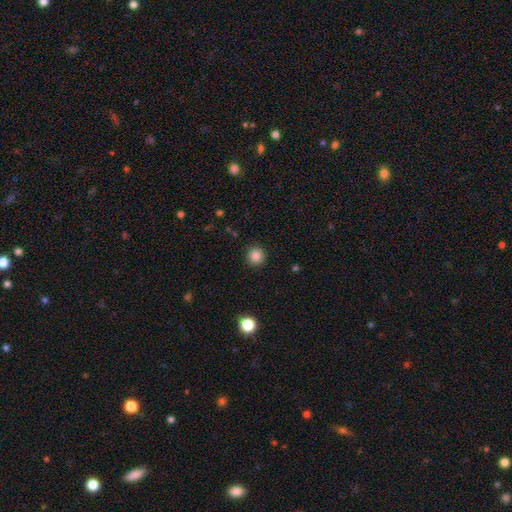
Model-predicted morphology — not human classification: Q: Smooth or featured?
A: smooth (85%); runner-up: star or artifact (11%)
Q: How rounded?
A: round (95%); runner-up: in between (4%)
Q: Merging?
A: none (92%); runner-up: minor disturbance (5%)